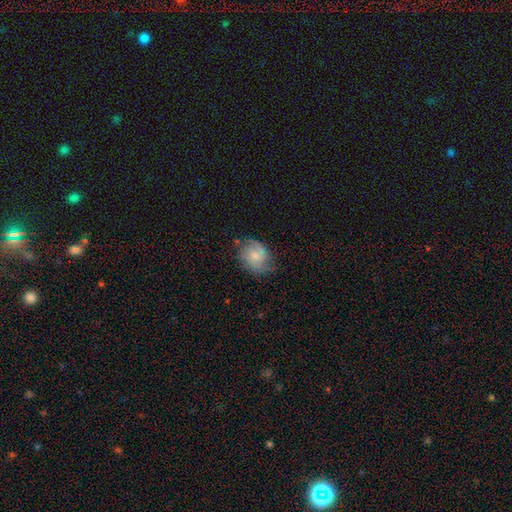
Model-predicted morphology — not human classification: Smooth or featured? Predicted: featured or disk (p=0.46, tied with smooth). Merging? Predicted: none (p=0.64).